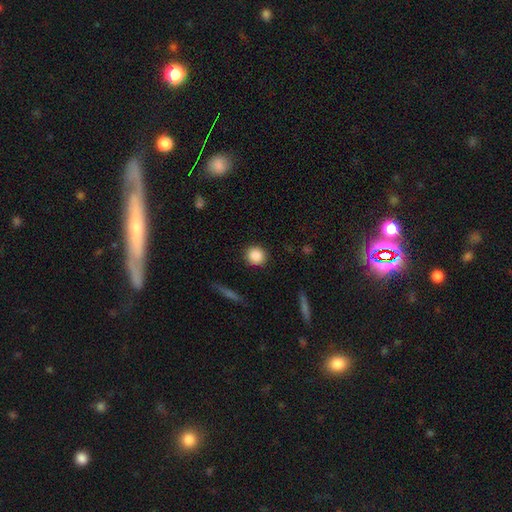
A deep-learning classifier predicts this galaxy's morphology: Q: Smooth or featured?
A: smooth (87%); runner-up: star or artifact (9%)
Q: How rounded?
A: round (89%); runner-up: in between (9%)
Q: Merging?
A: none (90%); runner-up: minor disturbance (7%)